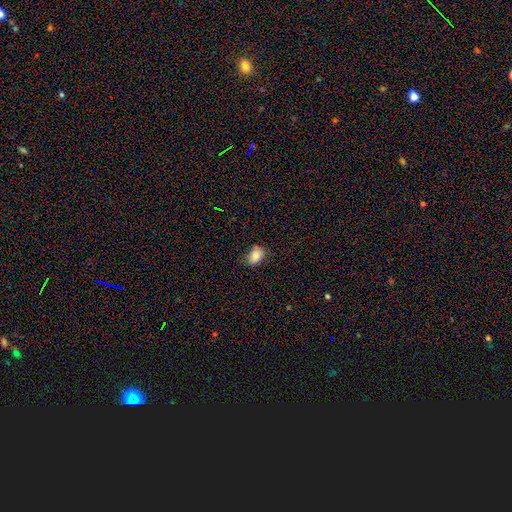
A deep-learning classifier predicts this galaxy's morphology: type=smooth (82%); roundness=in between (78%); merging=none (75%).